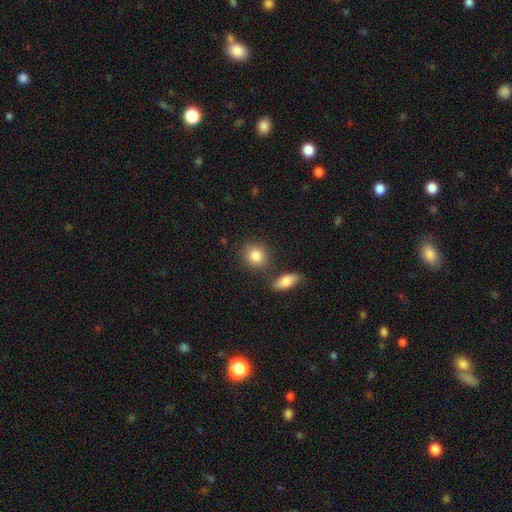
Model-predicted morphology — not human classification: Q: Smooth or featured?
A: smooth (86%); runner-up: star or artifact (8%)
Q: How rounded?
A: round (68%); runner-up: in between (30%)
Q: Merging?
A: none (74%); runner-up: merger (12%)